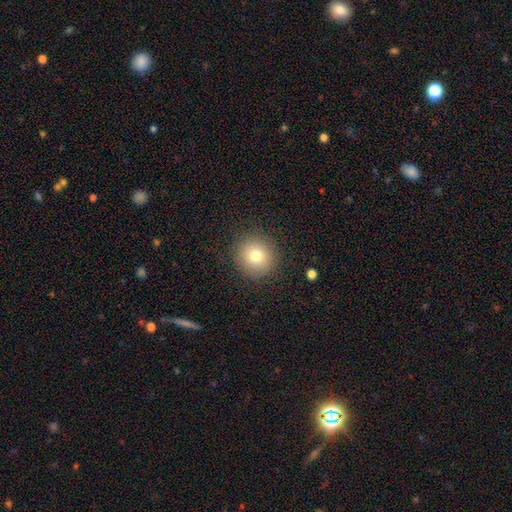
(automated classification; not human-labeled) A smooth galaxy with no disk features (78%) that is round (92%).

Vote fractions:
- Smooth or featured? smooth: 78% / star or artifact: 12% / featured or disk: 10%
- How rounded? round: 92% / in between: 7% / cigar-shaped: 1%
- Merging? none: 90% / minor disturbance: 6% / major disturbance: 3% / merger: 1%